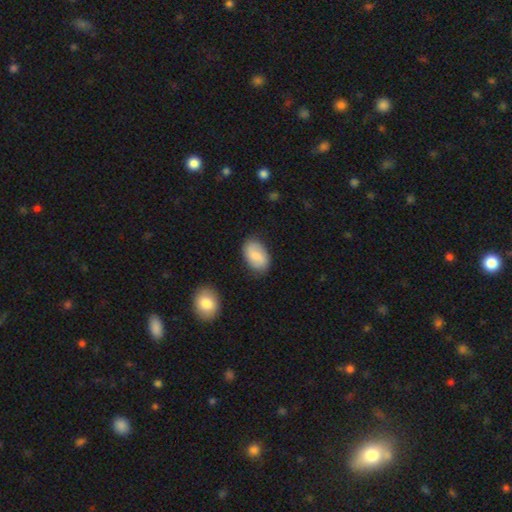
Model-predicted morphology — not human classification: smooth-or-featured: smooth: 64% | featured or disk: 30% | star or artifact: 7%
  how-rounded: in between: 89% | round: 9% | cigar-shaped: 1%
  merging: none: 81% | minor disturbance: 14% | major disturbance: 3% | merger: 2%